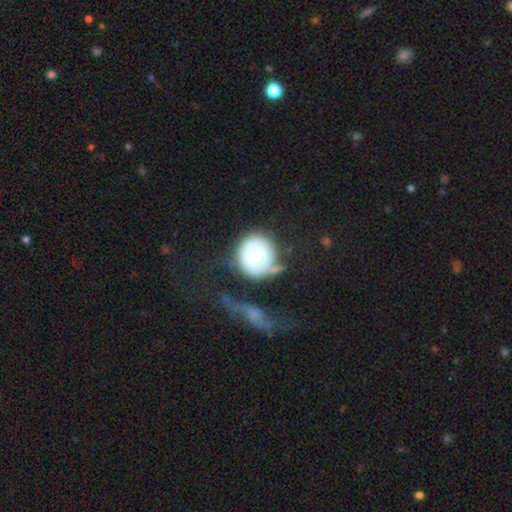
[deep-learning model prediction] Smooth or featured?
  - featured or disk: 64% *
  - smooth: 30%
  - star or artifact: 7%
Edge-on disk?
  - no: 96% *
  - yes: 4%
Bar?
  - no: 58% *
  - weak: 28%
  - strong: 13%
Spiral arms?
  - yes: 53% *
  - no: 47%
Bulge size?
  - moderate: 48% *
  - large: 41%
  - dominant: 6%
  - small: 4%
  - none: 1%
Merging?
  - none: 44% *
  - major disturbance: 24%
  - minor disturbance: 21%
  - merger: 11%